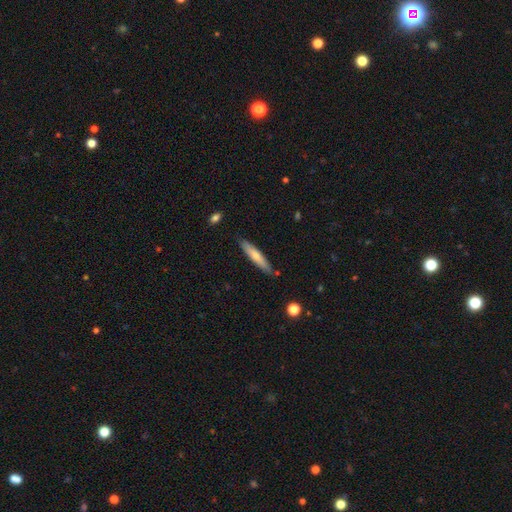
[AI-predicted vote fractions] The model was most divided on "smooth or featured": smooth: 64%, featured or disk: 31%, star or artifact: 5%. More confident: how rounded — cigar-shaped (88%); merging — none (83%).